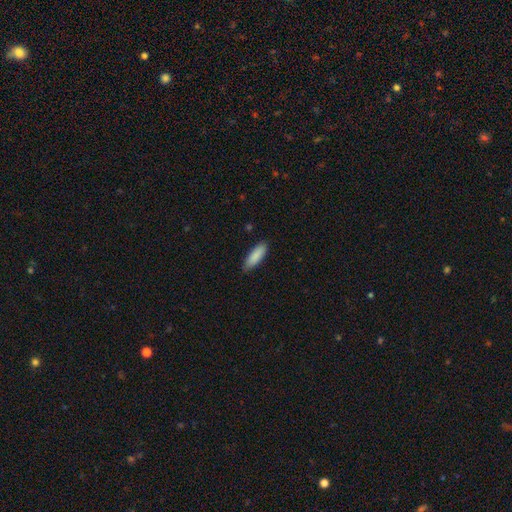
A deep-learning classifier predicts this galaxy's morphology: This is clearly a smooth galaxy (88%). How rounded: possibly in between (54%). Merging: clearly none (85%).